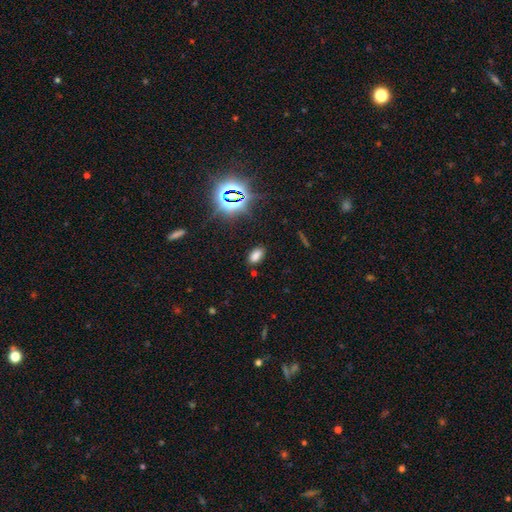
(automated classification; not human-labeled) A smooth galaxy with no disk features (72%) that is in between round and cigar-shaped (91%).

Vote fractions:
- Smooth or featured? smooth: 72% / star or artifact: 22% / featured or disk: 6%
- How rounded? in between: 91% / round: 6% / cigar-shaped: 3%
- Merging? none: 84% / minor disturbance: 11% / major disturbance: 3% / merger: 2%